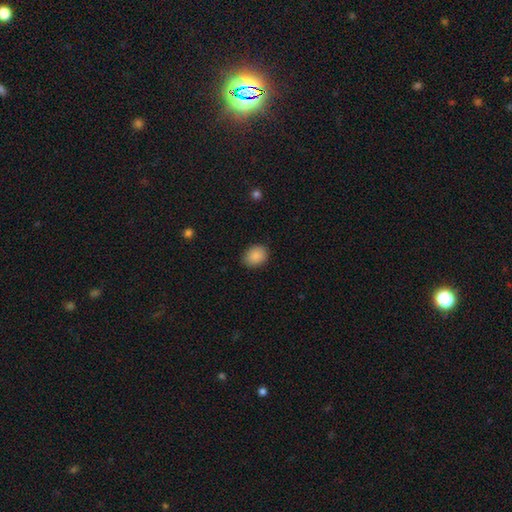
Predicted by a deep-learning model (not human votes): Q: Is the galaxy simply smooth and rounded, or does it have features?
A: smooth — 89%.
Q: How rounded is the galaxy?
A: in between — 62%.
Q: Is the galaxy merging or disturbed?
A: none — 87%.